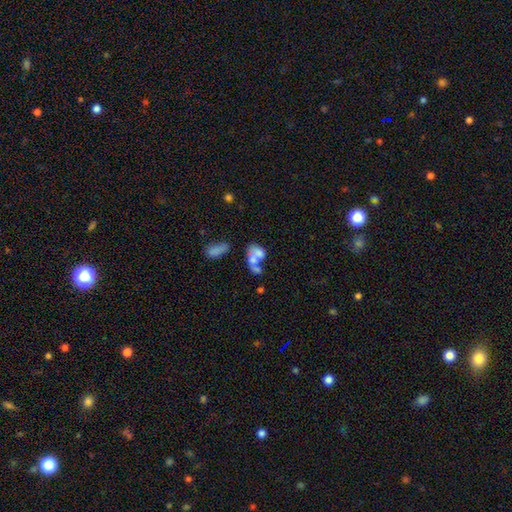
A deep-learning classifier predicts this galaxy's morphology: A smooth galaxy with no disk features (59%) that is in between round and cigar-shaped (80%).

Vote fractions:
- Smooth or featured? smooth: 59% / featured or disk: 30% / star or artifact: 11%
- How rounded? in between: 80% / round: 18% / cigar-shaped: 3%
- Merging? merger: 63% / none: 16% / major disturbance: 12% / minor disturbance: 8%